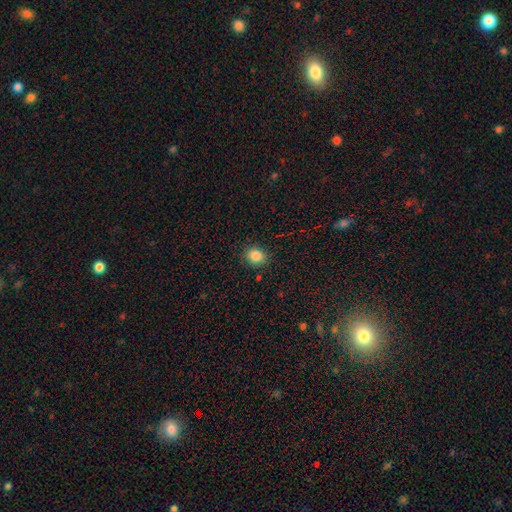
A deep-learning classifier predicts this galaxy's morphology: A smooth galaxy with no disk features (84%) that is round (75%). Merging: none (87%).